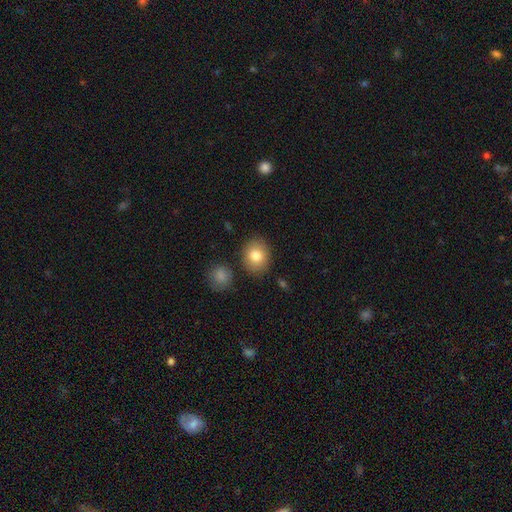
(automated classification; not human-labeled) The model was most divided on "how rounded": round: 54%, in between: 45%, cigar-shaped: 1%. More confident: merging — none (83%); smooth or featured — smooth (80%).